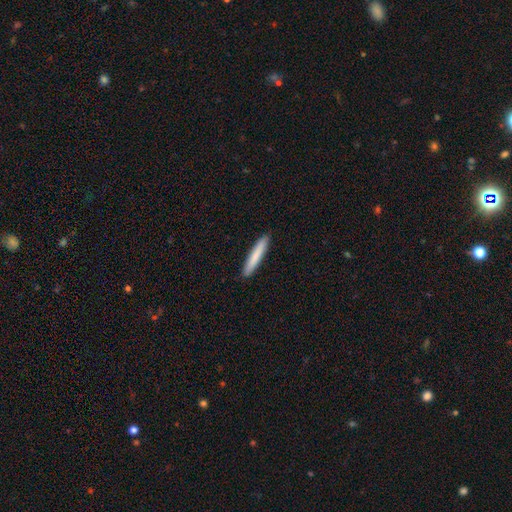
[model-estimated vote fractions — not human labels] Smooth or featured?
  - smooth: 80% *
  - featured or disk: 15%
  - star or artifact: 5%
How rounded?
  - cigar-shaped: 95% *
  - in between: 4%
  - round: 1%
Merging?
  - none: 92% *
  - minor disturbance: 6%
  - major disturbance: 1%
  - merger: 1%